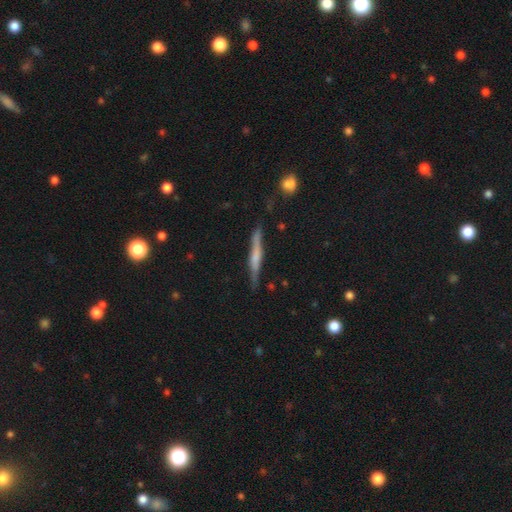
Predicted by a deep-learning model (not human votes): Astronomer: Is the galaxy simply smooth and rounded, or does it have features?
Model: featured or disk — 56% (runner-up: smooth, 37%).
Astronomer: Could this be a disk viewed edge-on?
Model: yes — 96%.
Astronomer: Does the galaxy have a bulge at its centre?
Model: rounded — 47% (runner-up: none, 29%).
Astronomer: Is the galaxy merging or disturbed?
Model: none — 81%.